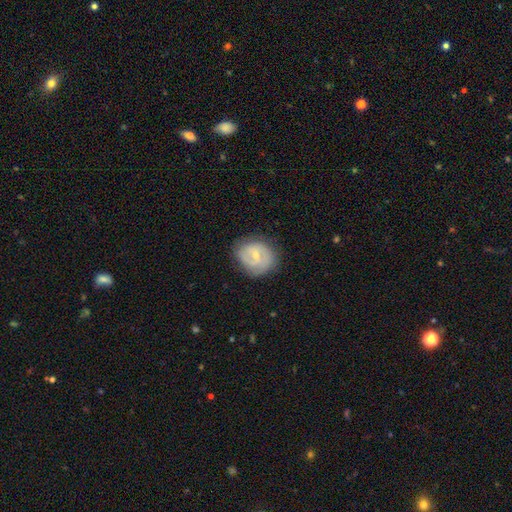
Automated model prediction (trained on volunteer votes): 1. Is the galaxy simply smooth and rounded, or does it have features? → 57% featured or disk, 36% smooth, 7% star or artifact.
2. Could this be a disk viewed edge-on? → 97% no, 3% yes.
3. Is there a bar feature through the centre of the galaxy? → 46% weak, 44% no, 10% strong.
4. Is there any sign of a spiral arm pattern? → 73% yes, 27% no.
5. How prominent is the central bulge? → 57% small, 39% moderate, 2% none, 1% large, 1% dominant.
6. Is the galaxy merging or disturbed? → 72% none, 20% minor disturbance, 7% major disturbance, 1% merger.